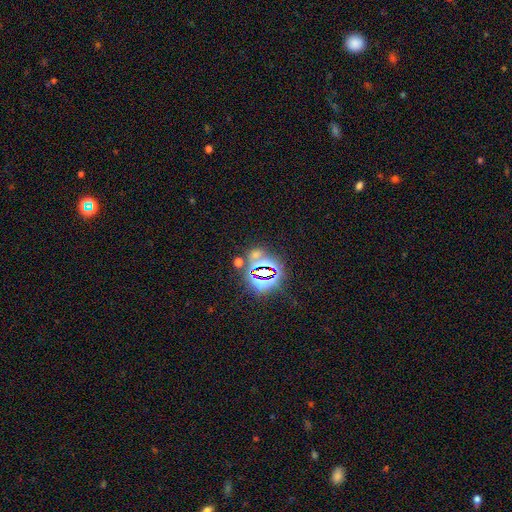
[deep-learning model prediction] Smooth or featured? Predicted: star or artifact (p=0.75).